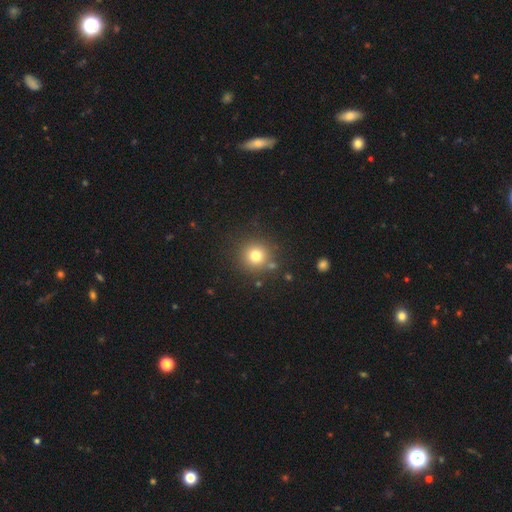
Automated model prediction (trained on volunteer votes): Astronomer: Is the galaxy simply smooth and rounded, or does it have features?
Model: smooth — 76%.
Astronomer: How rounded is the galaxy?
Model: round — 94%.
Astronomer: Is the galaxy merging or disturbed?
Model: none — 84%.